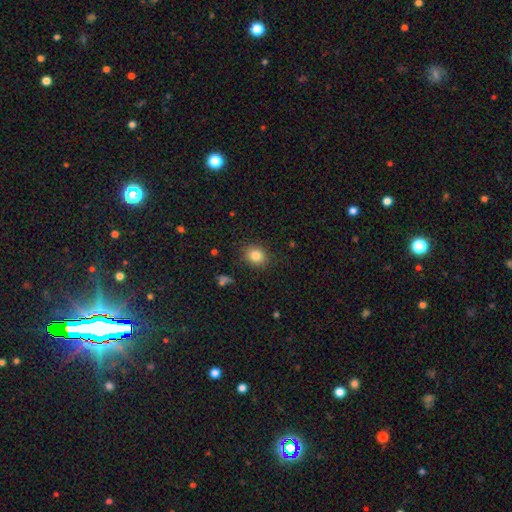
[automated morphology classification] Smooth or featured? Predicted: smooth (p=0.82). How rounded? Predicted: round (p=0.61). Merging? Predicted: none (p=0.86).